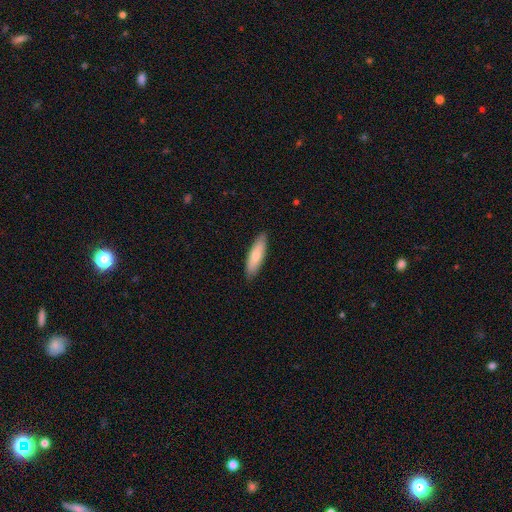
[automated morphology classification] Smooth or featured: smooth — 74% (featured or disk — 21%)
How rounded: cigar-shaped — 60% (in between — 38%)
Merging: none — 88% (minor disturbance — 10%)